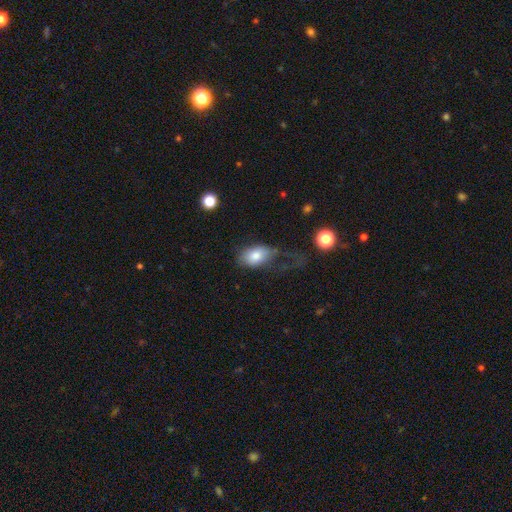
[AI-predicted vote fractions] smooth-or-featured: smooth: 78% | featured or disk: 14% | star or artifact: 8%
  how-rounded: in between: 90% | round: 8% | cigar-shaped: 2%
  merging: major disturbance: 41% | none: 32% | minor disturbance: 23% | merger: 4%